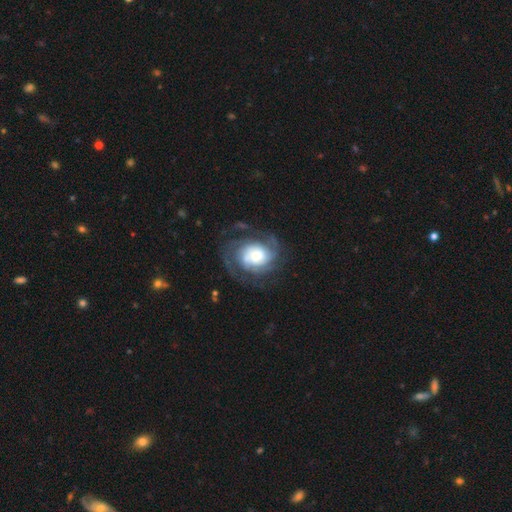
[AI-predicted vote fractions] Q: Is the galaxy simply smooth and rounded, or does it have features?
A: featured or disk — 83%.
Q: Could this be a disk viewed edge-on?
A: no — 98%.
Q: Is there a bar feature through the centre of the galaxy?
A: no — 72%.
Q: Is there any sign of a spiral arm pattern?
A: yes — 96%.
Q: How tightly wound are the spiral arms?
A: tight — 53%.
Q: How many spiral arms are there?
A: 3 — 28%.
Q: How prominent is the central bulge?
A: large — 50%.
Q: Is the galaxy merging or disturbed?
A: none — 64%.